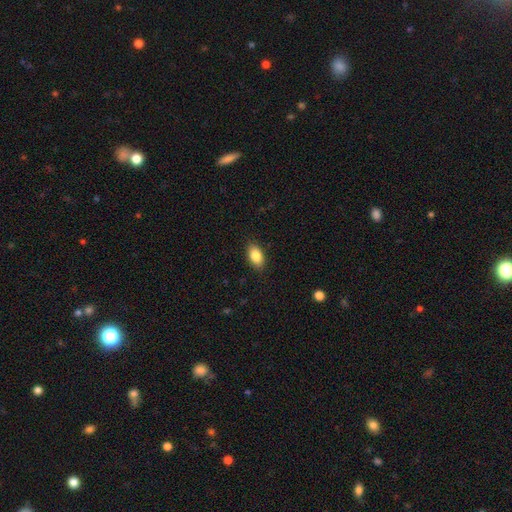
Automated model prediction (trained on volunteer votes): A smooth galaxy with no disk features (84%) that is in between round and cigar-shaped (91%). Merging: none (89%).